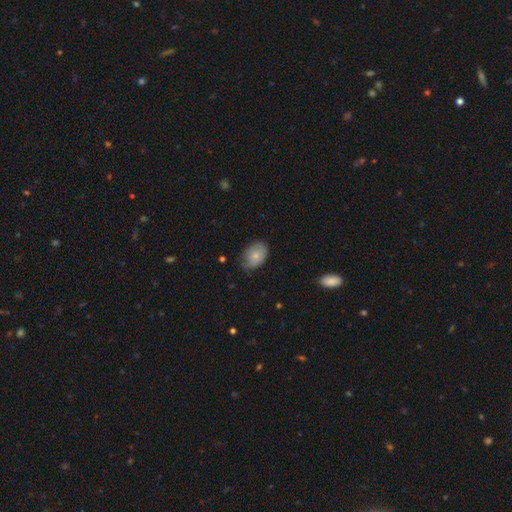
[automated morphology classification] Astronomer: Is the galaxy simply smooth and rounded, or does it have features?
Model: smooth — 79%.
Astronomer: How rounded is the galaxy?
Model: in between — 79%.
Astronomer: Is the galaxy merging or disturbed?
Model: none — 69%.